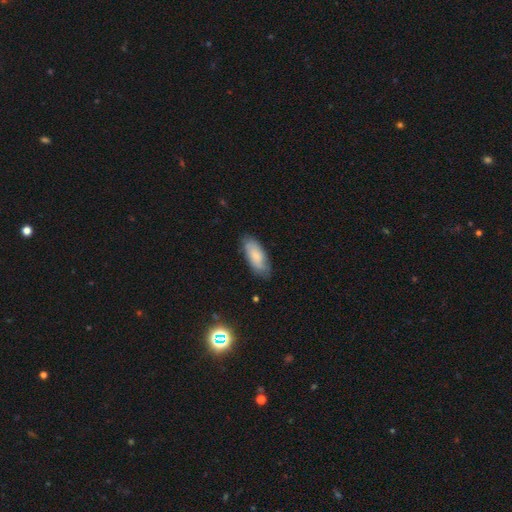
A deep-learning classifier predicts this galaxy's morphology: smooth_or_featured: smooth (p=0.73) [alt: featured or disk p=0.20]
how_rounded: in between (p=0.83) [alt: cigar-shaped p=0.15]
merging: none (p=0.76) [alt: minor disturbance p=0.19]